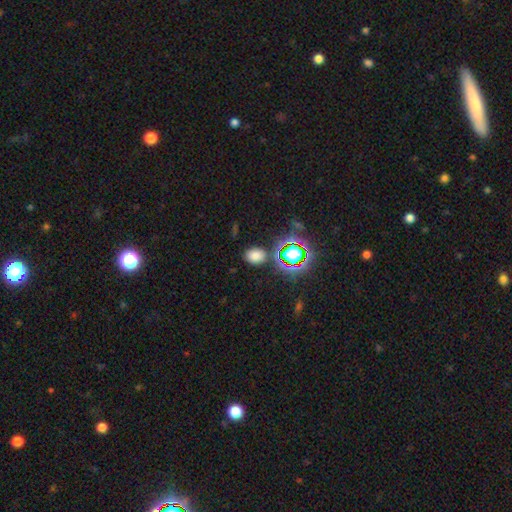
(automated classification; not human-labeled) Smooth or featured: smooth — 72% (star or artifact — 22%)
How rounded: in between — 60% (round — 39%)
Merging: none — 81% (minor disturbance — 11%)